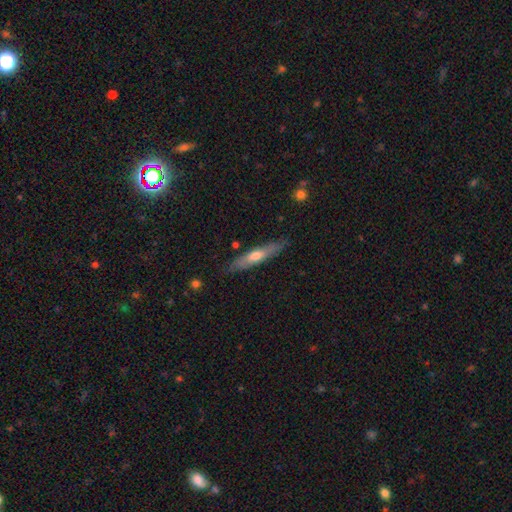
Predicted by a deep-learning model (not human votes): A featured or disk galaxy (47%, tied with smooth). Merging: none (84%).